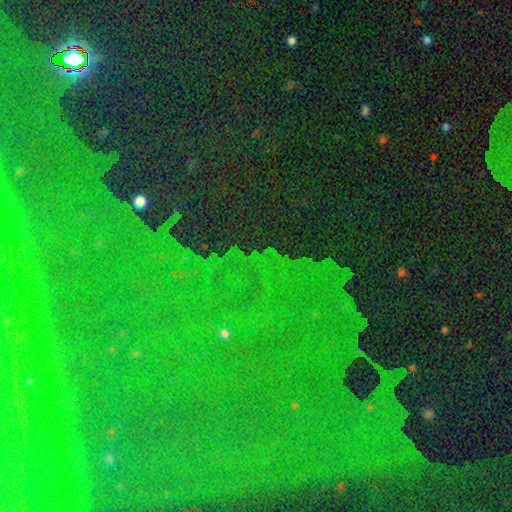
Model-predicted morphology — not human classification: Q: Smooth or featured?
A: star or artifact (86%); runner-up: smooth (7%)